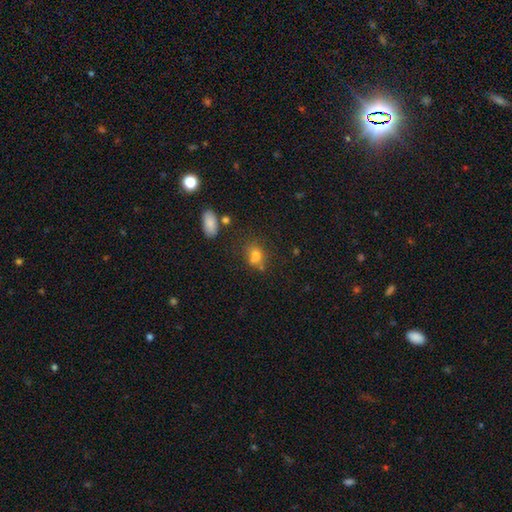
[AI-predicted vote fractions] This appears to be a smooth galaxy with no disk features (76%) that is round (50%). Merging: none (57%).